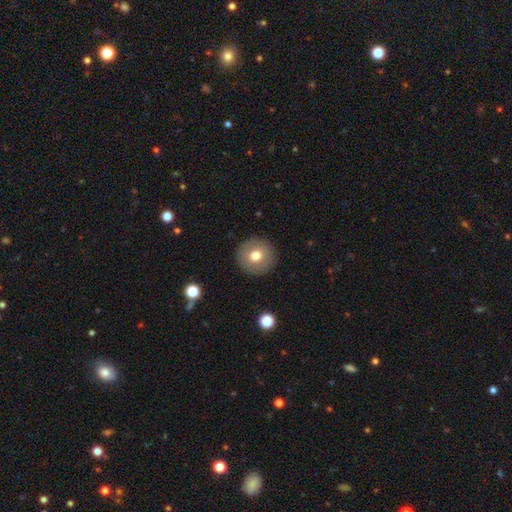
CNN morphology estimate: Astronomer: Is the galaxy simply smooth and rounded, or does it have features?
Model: smooth — 72%.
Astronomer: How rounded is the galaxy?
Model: round — 95%.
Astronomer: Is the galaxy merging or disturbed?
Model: none — 91%.